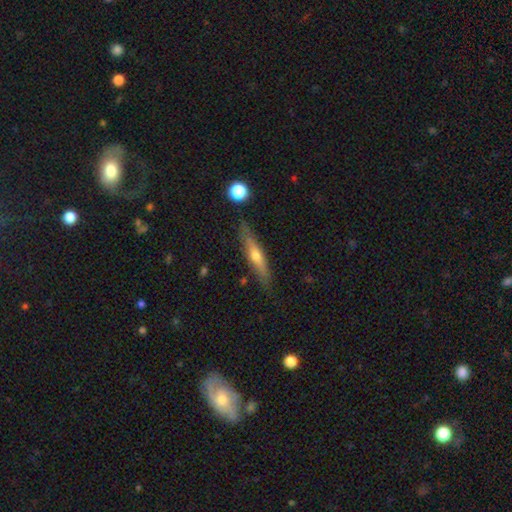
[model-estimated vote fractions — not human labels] Q: Smooth or featured?
A: featured or disk (50%); runner-up: smooth (44%)
Q: Merging?
A: none (81%); runner-up: minor disturbance (13%)